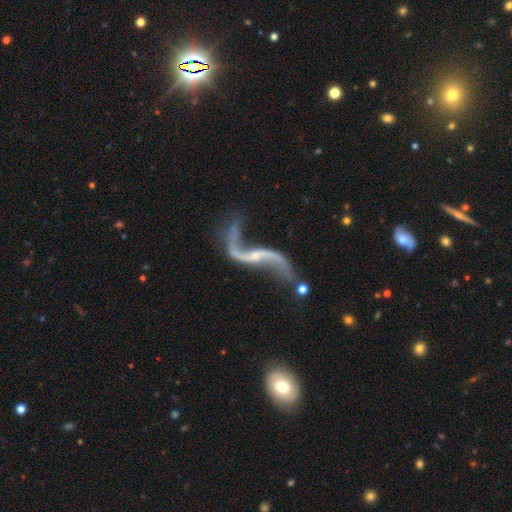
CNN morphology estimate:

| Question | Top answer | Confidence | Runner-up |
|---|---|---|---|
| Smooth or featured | featured or disk | 91% | star or artifact (5%) |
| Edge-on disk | no | 93% | yes (7%) |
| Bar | no | 46% | weak (34%) |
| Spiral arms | yes | 95% | no (5%) |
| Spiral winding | loose | 95% | medium (3%) |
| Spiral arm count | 2 | 94% | 1 (2%) |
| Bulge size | small | 71% | none (14%) |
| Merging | none | 55% | minor disturbance (19%) |